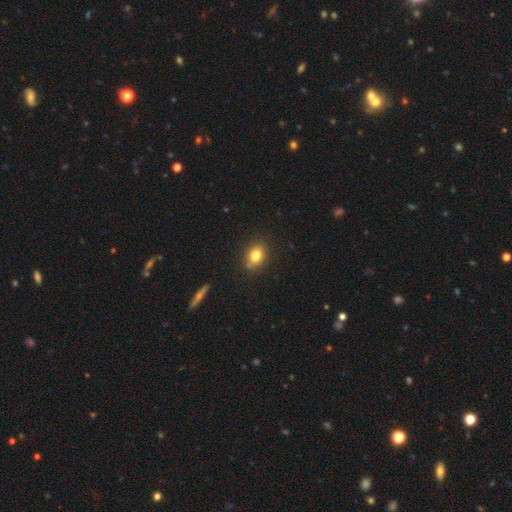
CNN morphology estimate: smooth_or_featured: smooth (p=0.80) [alt: star or artifact p=0.11]
how_rounded: in between (p=0.52) [alt: round p=0.46]
merging: none (p=0.82) [alt: minor disturbance p=0.11]